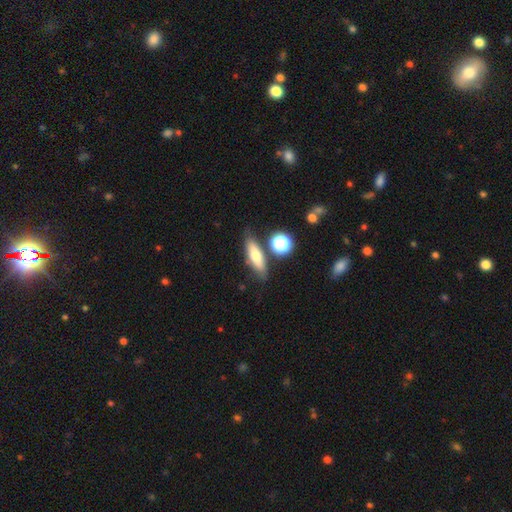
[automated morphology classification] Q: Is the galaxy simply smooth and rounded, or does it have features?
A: smooth — 66%.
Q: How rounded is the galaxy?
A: in between — 48%.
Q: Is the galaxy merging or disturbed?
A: none — 72%.